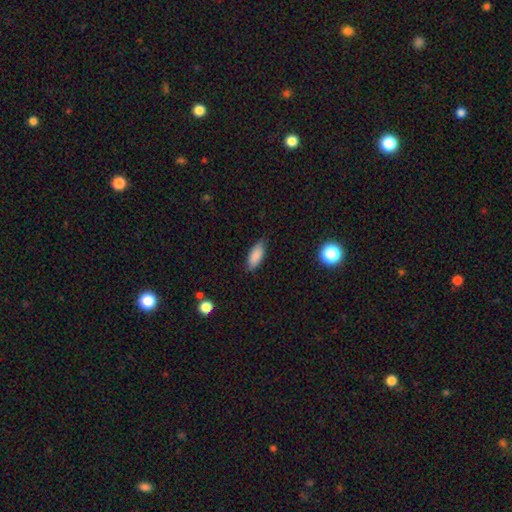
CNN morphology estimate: This is clearly a smooth galaxy (87%). How rounded: clearly in between (81%). Merging: clearly none (80%).